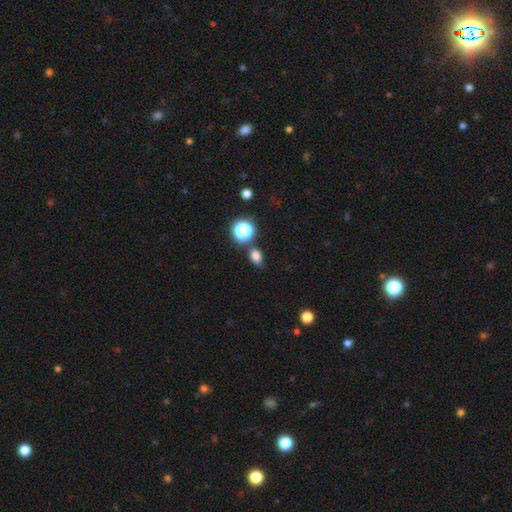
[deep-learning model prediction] This appears to be a smooth galaxy with no disk features (77%) that is in between round and cigar-shaped (72%). Merging: none (74%).